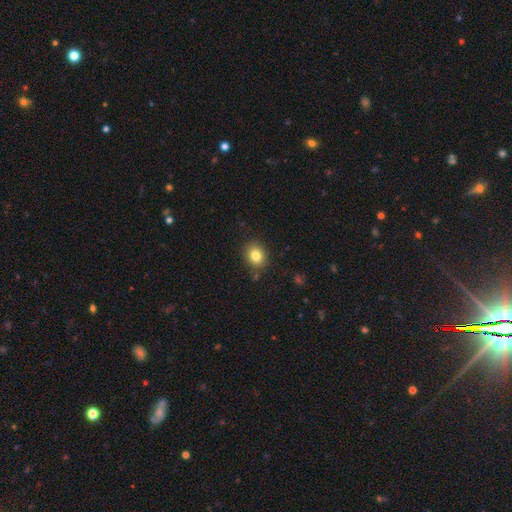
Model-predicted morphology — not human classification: type=smooth (82%); roundness=round (61%); merging=none (86%).